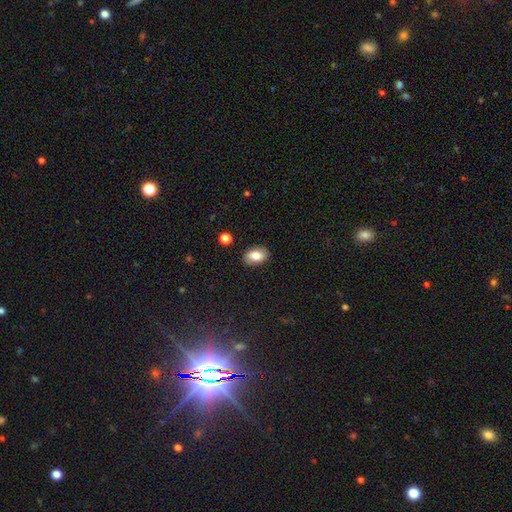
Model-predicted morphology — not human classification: Smooth or featured: smooth — 80% (featured or disk — 11%)
How rounded: in between — 88% (round — 11%)
Merging: none — 86% (minor disturbance — 10%)